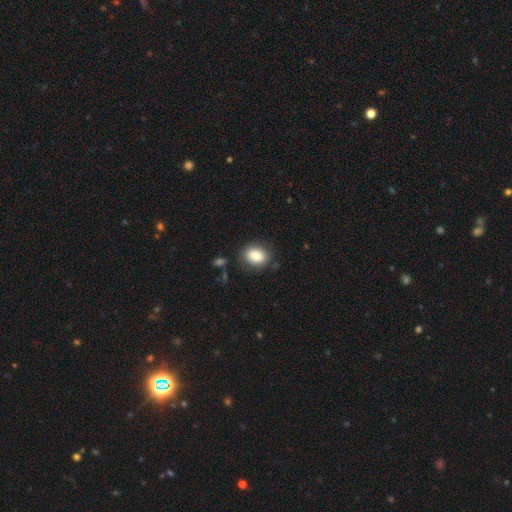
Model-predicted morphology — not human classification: Q: Smooth or featured?
A: smooth (82%); runner-up: featured or disk (9%)
Q: How rounded?
A: in between (52%); runner-up: round (47%)
Q: Merging?
A: none (81%); runner-up: minor disturbance (12%)